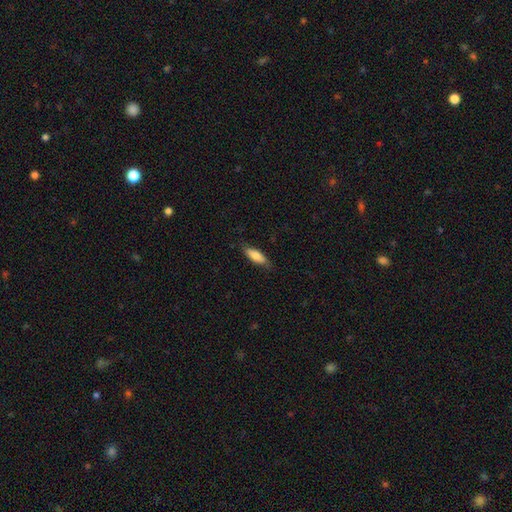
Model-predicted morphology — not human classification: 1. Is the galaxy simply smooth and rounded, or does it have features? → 80% smooth, 14% featured or disk, 6% star or artifact.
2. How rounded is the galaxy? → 67% in between, 31% cigar-shaped, 2% round.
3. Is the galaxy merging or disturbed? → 78% none, 18% minor disturbance, 4% major disturbance, 1% merger.